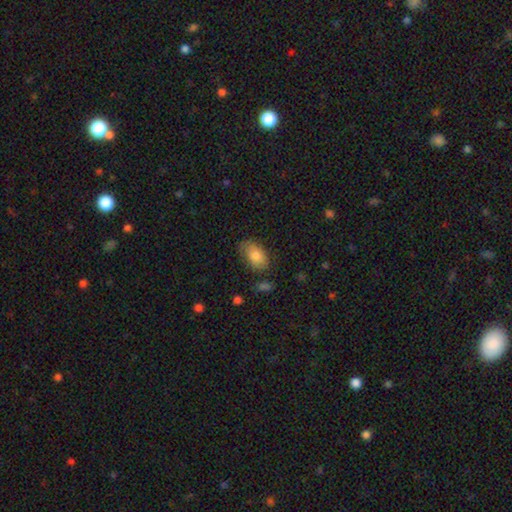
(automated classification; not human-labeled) This is clearly a smooth galaxy (81%). How rounded: clearly in between (91%). Merging: likely none (67%).